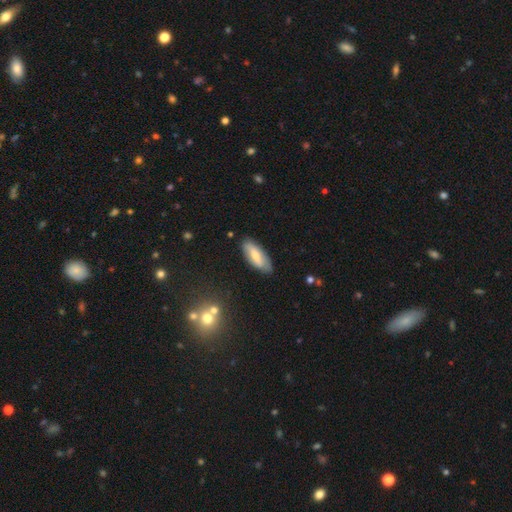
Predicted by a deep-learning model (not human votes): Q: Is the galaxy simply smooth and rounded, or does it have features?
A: smooth — 56%.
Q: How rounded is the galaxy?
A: in between — 74%.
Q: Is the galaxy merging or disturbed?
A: none — 81%.